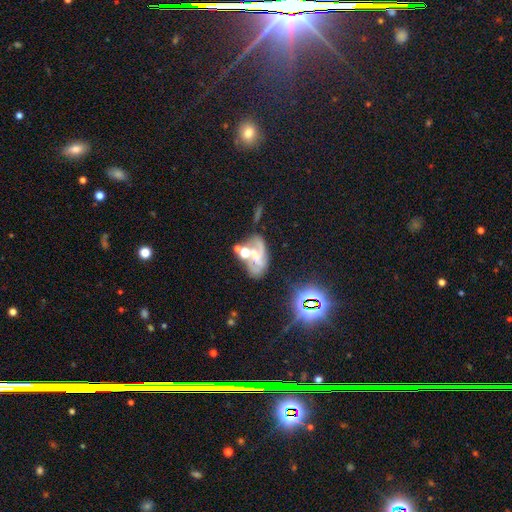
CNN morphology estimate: Smooth or featured: featured or disk — 61% (smooth — 22%)
Edge-on disk: no — 95% (yes — 5%)
Bar: no — 46% (weak — 35%)
Spiral arms: yes — 73% (no — 27%)
Bulge size: moderate — 32% (small — 29%)
Merging: none — 40% (merger — 23%)